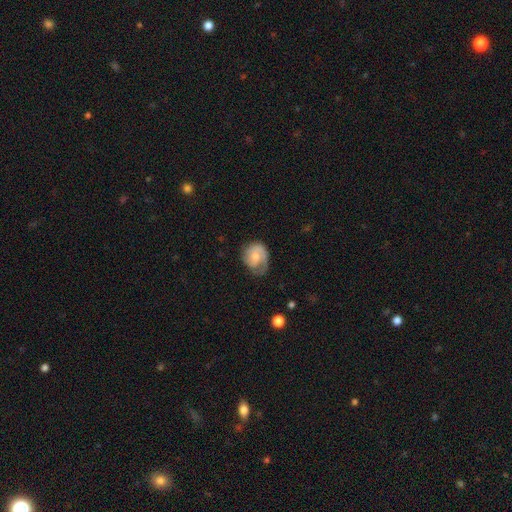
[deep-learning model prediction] A featured or disk galaxy (64%) with no bar (64%), 2 (48%) tight (43%) spiral arms (89%) and a moderate central bulge (46%).

Vote fractions:
- Smooth or featured? featured or disk: 64% / smooth: 30% / star or artifact: 6%
- Edge-on disk? no: 97% / yes: 3%
- Bar? no: 64% / weak: 31% / strong: 5%
- Spiral arms? yes: 89% / no: 11%
- Spiral winding? tight: 43% / medium: 40% / loose: 17%
- Spiral arm count? 2: 48% / 1: 33% / can't tell: 14% / 3: 3% / 4: 1% / more than 4: 1%
- Bulge size? moderate: 46% / small: 44% / none: 5% / large: 3% / dominant: 1%
- Merging? none: 55% / minor disturbance: 28% / major disturbance: 16% / merger: 2%